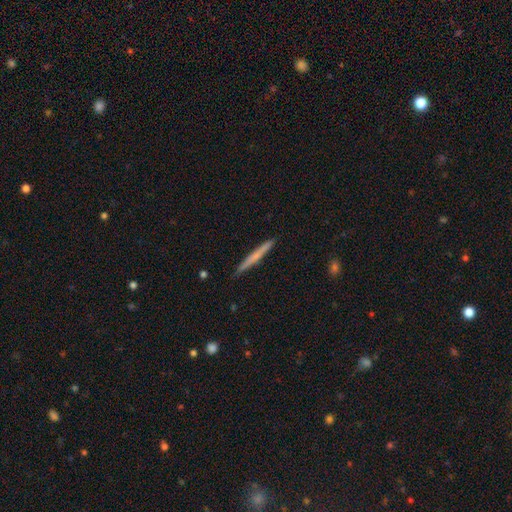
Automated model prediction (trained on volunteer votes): Smooth or featured?
  - smooth: 55% *
  - featured or disk: 40%
  - star or artifact: 6%
How rounded?
  - cigar-shaped: 97% *
  - in between: 2%
  - round: 1%
Merging?
  - none: 90% *
  - minor disturbance: 7%
  - major disturbance: 1%
  - merger: 1%